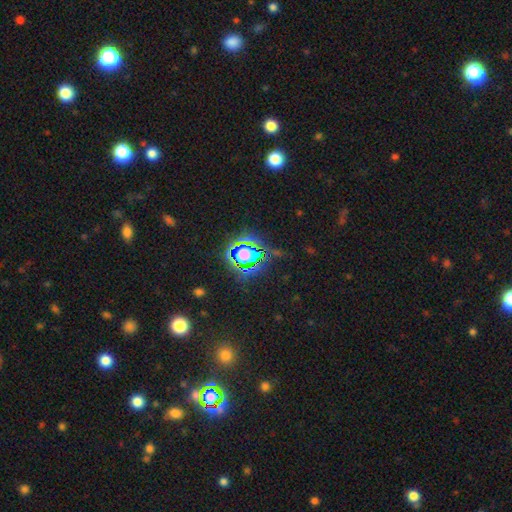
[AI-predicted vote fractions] Overall: star or artifact (75%).